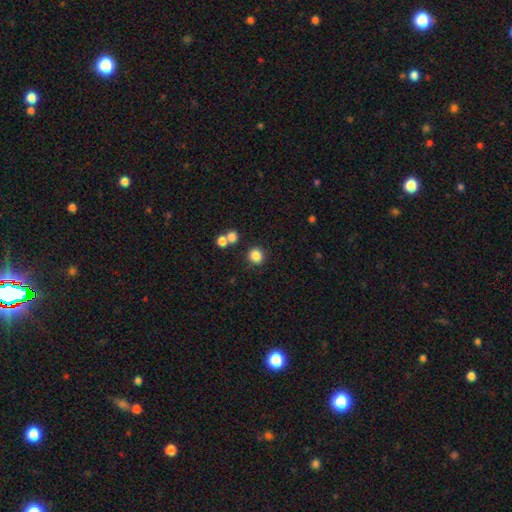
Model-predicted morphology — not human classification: This is clearly a smooth galaxy (84%). How rounded: clearly round (84%). Merging: clearly none (80%).